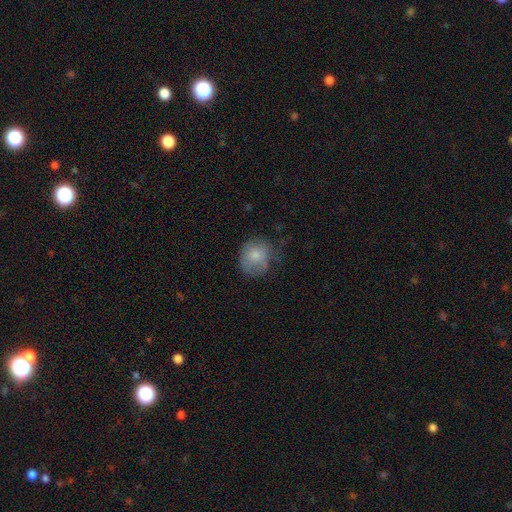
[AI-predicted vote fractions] A smooth galaxy with no disk features (76%) that is round (68%). Merging: none (45%).